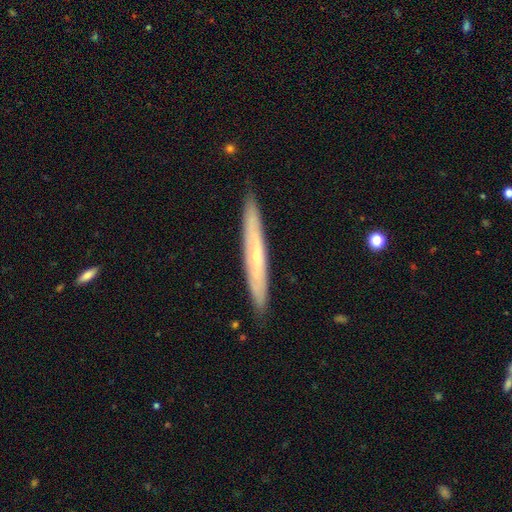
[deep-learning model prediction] smooth-or-featured: featured or disk: 61% | smooth: 34% | star or artifact: 6%
  disk-edge-on: yes: 84% | no: 16%
    edge-on-bulge: rounded: 53% | none: 44% | boxy: 3%
  merging: none: 89% | minor disturbance: 9% | major disturbance: 2% | merger: 1%